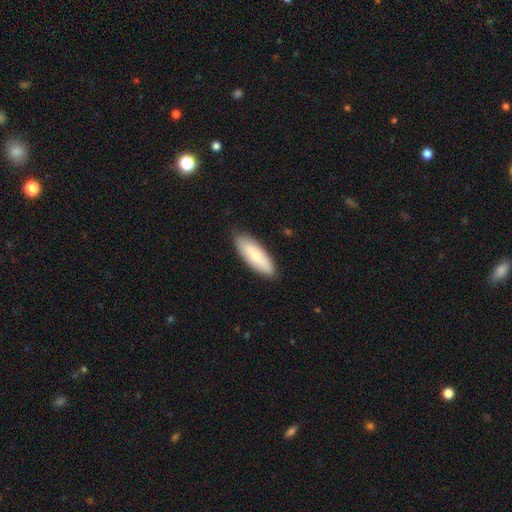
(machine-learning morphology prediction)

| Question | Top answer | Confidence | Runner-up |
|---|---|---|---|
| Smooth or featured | smooth | 73% | featured or disk (22%) |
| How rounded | in between | 65% | cigar-shaped (33%) |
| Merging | none | 86% | minor disturbance (11%) |